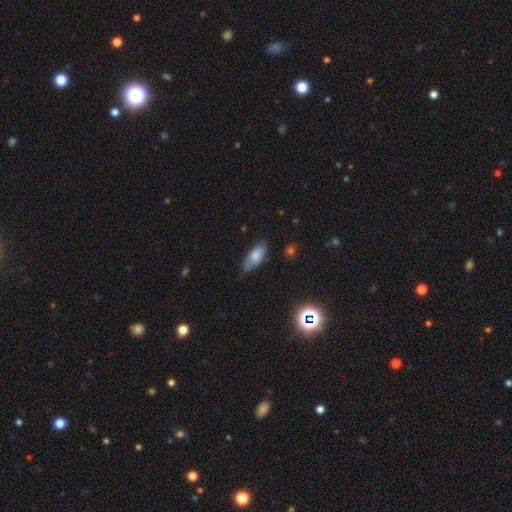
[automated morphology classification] Smooth or featured?
  - smooth: 70% *
  - featured or disk: 22%
  - star or artifact: 8%
How rounded?
  - in between: 80% *
  - cigar-shaped: 17%
  - round: 3%
Merging?
  - none: 70% *
  - minor disturbance: 24%
  - major disturbance: 5%
  - merger: 1%